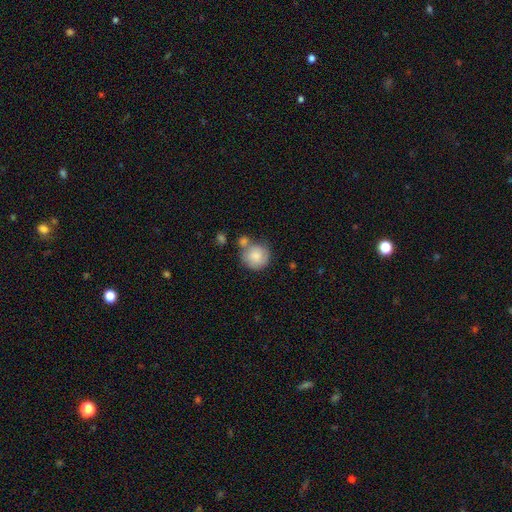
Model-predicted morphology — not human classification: Smooth or featured? smooth (79%)
How rounded? round (90%)
Merging? none (53%)